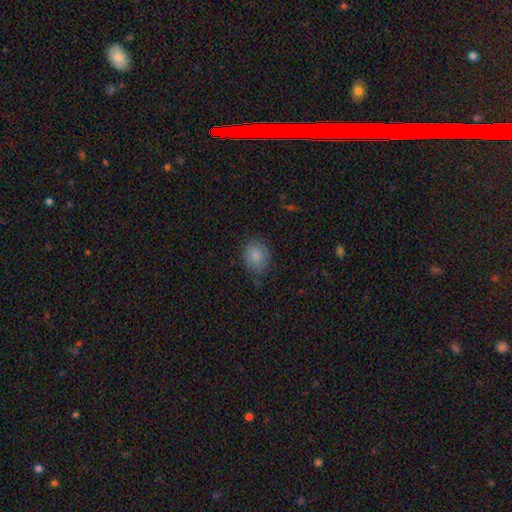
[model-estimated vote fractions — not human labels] The model was most divided on "how rounded": round: 59%, in between: 40%, cigar-shaped: 1%. More confident: smooth or featured — smooth (85%); merging — none (72%).